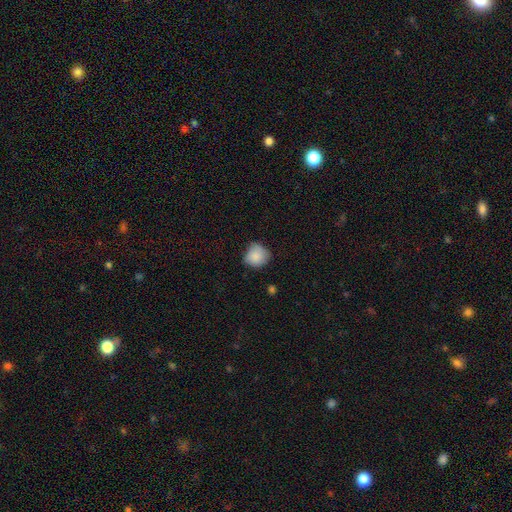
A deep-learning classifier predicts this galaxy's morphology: A smooth galaxy with no disk features (85%) that is round (83%). Merging: none (59%).